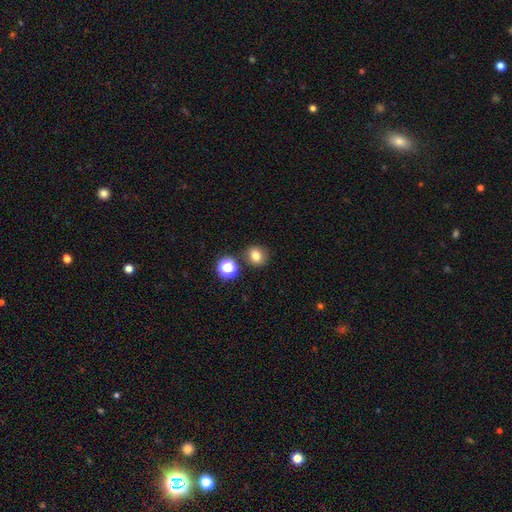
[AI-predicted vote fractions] Morphology: type=smooth (78%); roundness=round (78%); merging=none (82%).